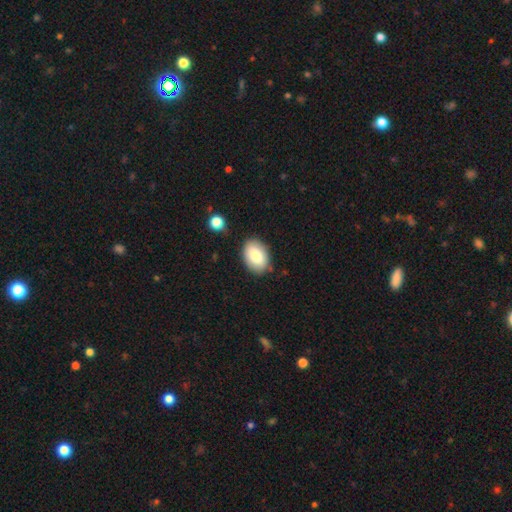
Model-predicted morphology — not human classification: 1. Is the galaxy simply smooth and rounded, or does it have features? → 84% smooth, 9% featured or disk, 7% star or artifact.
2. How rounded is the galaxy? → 88% in between, 11% round, 1% cigar-shaped.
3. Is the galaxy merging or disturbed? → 83% none, 12% minor disturbance, 3% major disturbance, 2% merger.